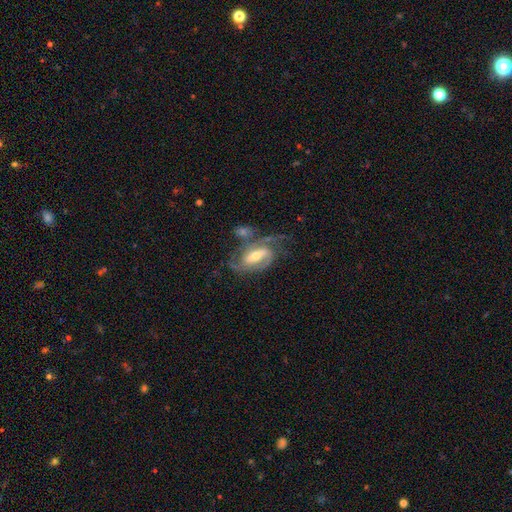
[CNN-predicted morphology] Smooth or featured?
  - featured or disk: 85% *
  - smooth: 9%
  - star or artifact: 6%
Edge-on disk?
  - no: 96% *
  - yes: 4%
Bar?
  - weak: 43% *
  - strong: 36%
  - no: 21%
Spiral arms?
  - yes: 95% *
  - no: 5%
Spiral winding?
  - medium: 49% *
  - tight: 31%
  - loose: 20%
Spiral arm count?
  - 2: 69% *
  - 3: 11%
  - can't tell: 10%
  - 1: 6%
  - 4: 2%
  - more than 4: 2%
Bulge size?
  - moderate: 59% *
  - small: 35%
  - large: 4%
  - none: 1%
  - dominant: 1%
Merging?
  - none: 46% *
  - minor disturbance: 20%
  - major disturbance: 18%
  - merger: 16%